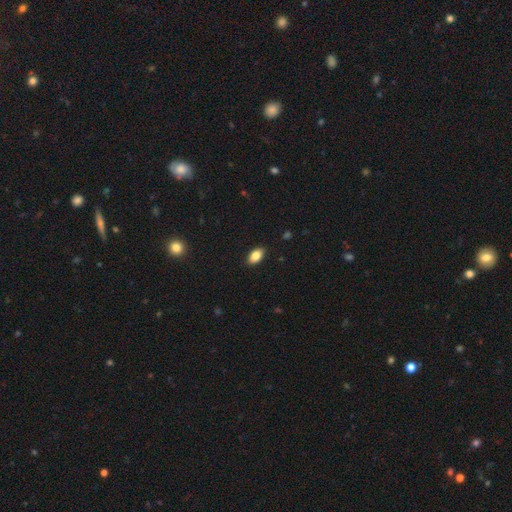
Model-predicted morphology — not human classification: Smooth or featured?
  - smooth: 84% *
  - star or artifact: 8%
  - featured or disk: 8%
How rounded?
  - in between: 92% *
  - round: 5%
  - cigar-shaped: 3%
Merging?
  - none: 89% *
  - minor disturbance: 9%
  - major disturbance: 2%
  - merger: 1%